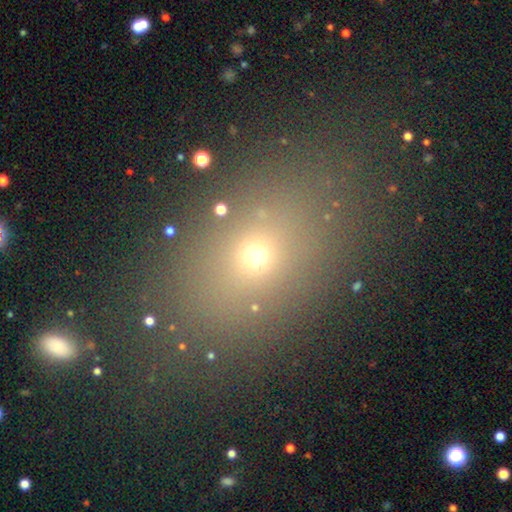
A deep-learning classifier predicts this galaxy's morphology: Smooth or featured? smooth (62%)
How rounded? in between (65%)
Merging? none (80%)